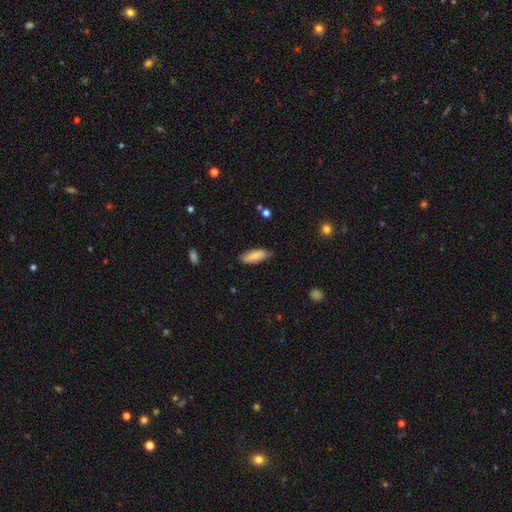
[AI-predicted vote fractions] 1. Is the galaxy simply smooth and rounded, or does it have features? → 80% smooth, 13% featured or disk, 6% star or artifact.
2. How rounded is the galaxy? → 74% in between, 24% cigar-shaped, 2% round.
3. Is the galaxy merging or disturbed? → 77% none, 19% minor disturbance, 3% major disturbance, 1% merger.